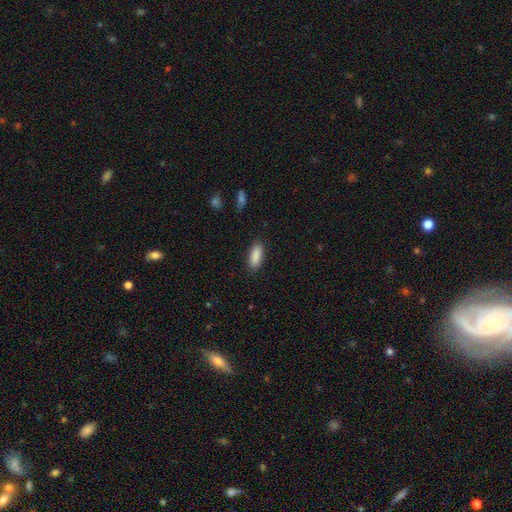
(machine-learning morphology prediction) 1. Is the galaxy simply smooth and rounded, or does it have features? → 89% smooth, 7% star or artifact, 4% featured or disk.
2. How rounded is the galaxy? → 73% in between, 25% cigar-shaped, 2% round.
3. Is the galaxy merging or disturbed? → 87% none, 10% minor disturbance, 2% major disturbance, 1% merger.